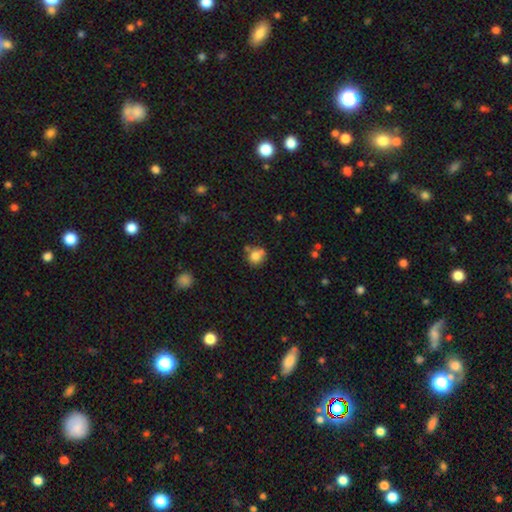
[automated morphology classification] Smooth or featured? smooth (78%)
How rounded? round (84%)
Merging? none (59%)